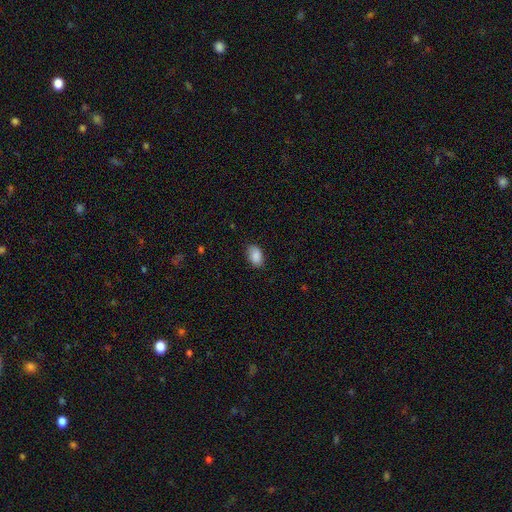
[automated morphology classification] The model was most divided on "merging": none: 82%, minor disturbance: 14%, major disturbance: 3%, merger: 1%. More confident: how rounded — in between (90%); smooth or featured — smooth (89%).